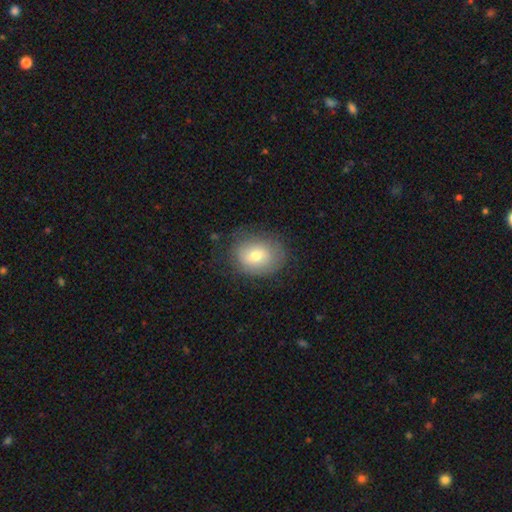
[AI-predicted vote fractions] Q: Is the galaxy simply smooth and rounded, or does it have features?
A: smooth — 70%.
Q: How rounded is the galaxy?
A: round — 61%.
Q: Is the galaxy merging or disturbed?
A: none — 74%.